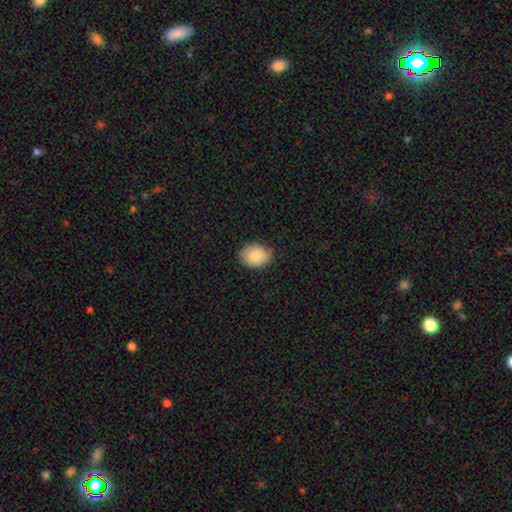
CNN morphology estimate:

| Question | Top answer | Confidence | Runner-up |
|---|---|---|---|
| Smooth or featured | smooth | 84% | featured or disk (9%) |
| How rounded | in between | 59% | round (40%) |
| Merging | none | 80% | minor disturbance (16%) |